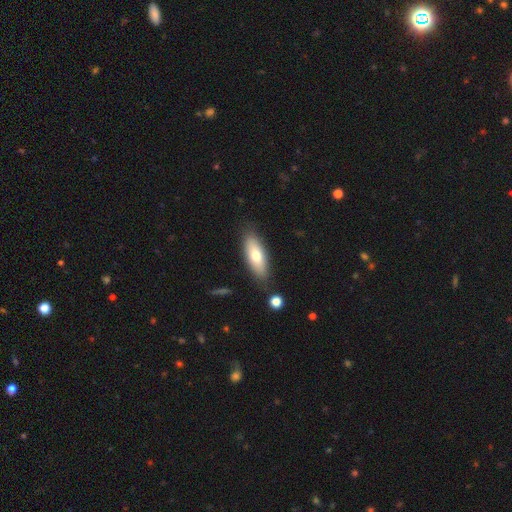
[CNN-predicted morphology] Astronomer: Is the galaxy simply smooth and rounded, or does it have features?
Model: smooth — 70%.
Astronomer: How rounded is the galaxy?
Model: in between — 69%.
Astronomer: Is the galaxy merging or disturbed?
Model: none — 83%.